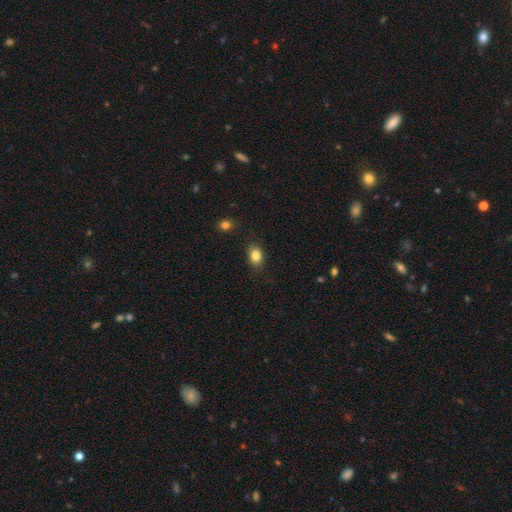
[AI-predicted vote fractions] Smooth or featured? Predicted: smooth (p=0.84). How rounded? Predicted: in between (p=0.69). Merging? Predicted: none (p=0.85).